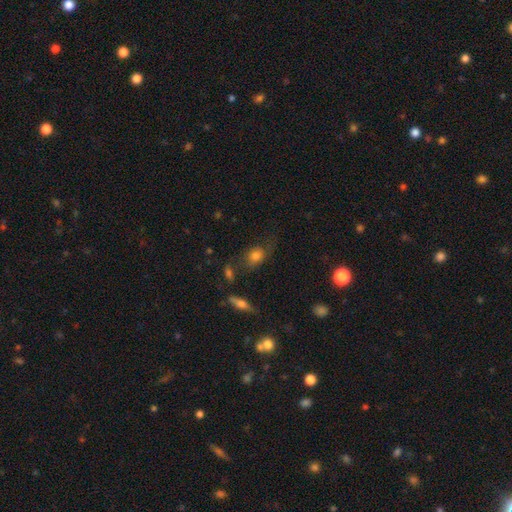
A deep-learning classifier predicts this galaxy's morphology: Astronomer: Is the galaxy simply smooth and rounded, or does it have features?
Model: smooth — 73%.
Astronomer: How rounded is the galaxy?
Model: in between — 61% (runner-up: round, 36%).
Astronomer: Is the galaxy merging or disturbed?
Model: none — 55%.